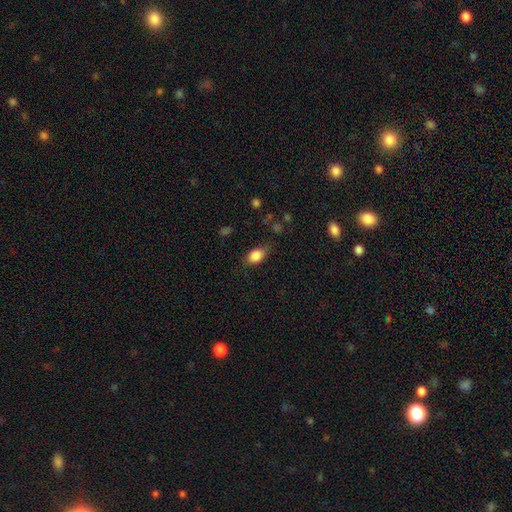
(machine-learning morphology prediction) This appears to be a smooth galaxy with no disk features (85%) that is in between round and cigar-shaped (80%). Merging: none (71%).